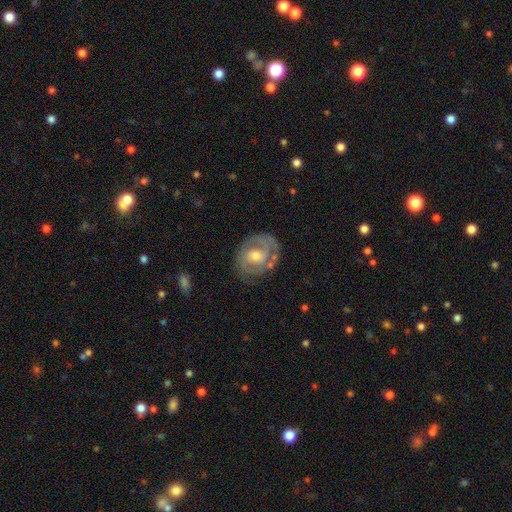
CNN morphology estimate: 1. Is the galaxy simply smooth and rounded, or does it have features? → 79% featured or disk, 15% smooth, 6% star or artifact.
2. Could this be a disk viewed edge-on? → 97% no, 3% yes.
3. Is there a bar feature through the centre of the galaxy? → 57% no, 36% weak, 8% strong.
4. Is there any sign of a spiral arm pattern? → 88% yes, 12% no.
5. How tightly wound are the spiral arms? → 61% tight, 30% medium, 8% loose.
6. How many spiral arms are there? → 54% 2, 24% can't tell, 9% 3, 9% 1, 2% 4, 2% more than 4.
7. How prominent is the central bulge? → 64% moderate, 30% small, 4% large, 1% none, 1% dominant.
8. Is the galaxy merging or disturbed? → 72% none, 19% minor disturbance, 7% major disturbance, 3% merger.